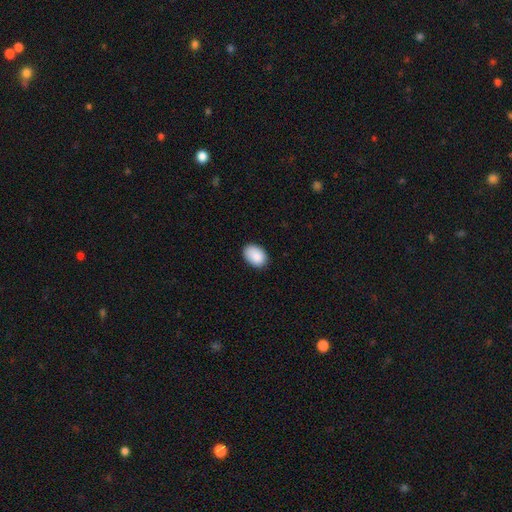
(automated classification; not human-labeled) Smooth or featured?
  - smooth: 90% *
  - star or artifact: 7%
  - featured or disk: 3%
How rounded?
  - in between: 85% *
  - round: 14%
  - cigar-shaped: 1%
Merging?
  - none: 84% *
  - minor disturbance: 13%
  - major disturbance: 2%
  - merger: 1%